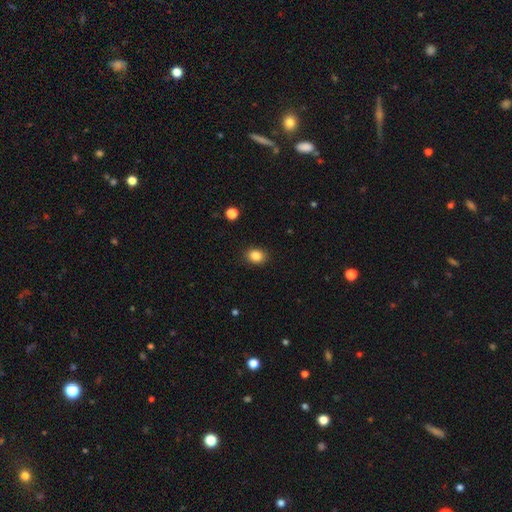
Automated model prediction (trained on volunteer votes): Morphology: type=smooth (85%); roundness=in between (59%); merging=none (89%).